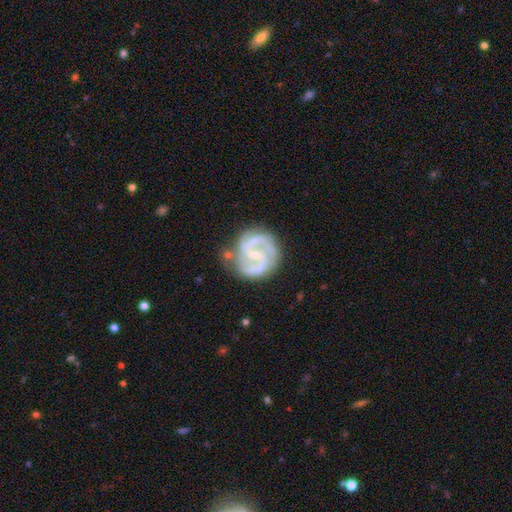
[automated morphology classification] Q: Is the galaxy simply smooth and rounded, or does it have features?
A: featured or disk — 89%.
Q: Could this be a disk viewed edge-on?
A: no — 98%.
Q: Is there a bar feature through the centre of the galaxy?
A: weak — 47%.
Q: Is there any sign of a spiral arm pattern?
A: yes — 97%.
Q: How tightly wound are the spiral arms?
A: medium — 56%.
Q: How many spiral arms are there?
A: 2 — 67%.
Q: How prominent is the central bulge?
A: small — 72%.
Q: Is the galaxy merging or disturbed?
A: none — 68%.